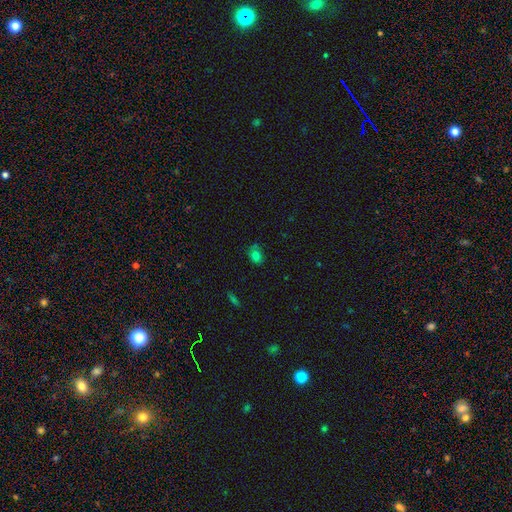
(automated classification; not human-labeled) A smooth galaxy with no disk features (76%) that is in between round and cigar-shaped (61%). Merging: none (61%).